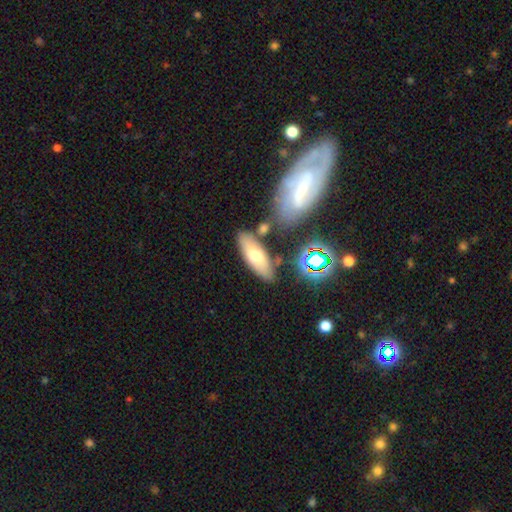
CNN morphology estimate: This is possibly a smooth galaxy (60%). How rounded: likely in between (67%). Merging: likely none (73%).